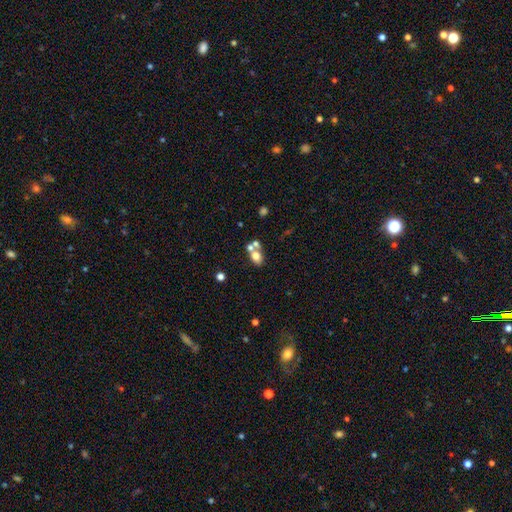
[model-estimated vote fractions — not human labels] A smooth galaxy with no disk features (70%) that is in between round and cigar-shaped (71%).

Vote fractions:
- Smooth or featured? smooth: 70% / featured or disk: 18% / star or artifact: 12%
- How rounded? in between: 71% / round: 28% / cigar-shaped: 2%
- Merging? merger: 43% / none: 42% / minor disturbance: 10% / major disturbance: 5%